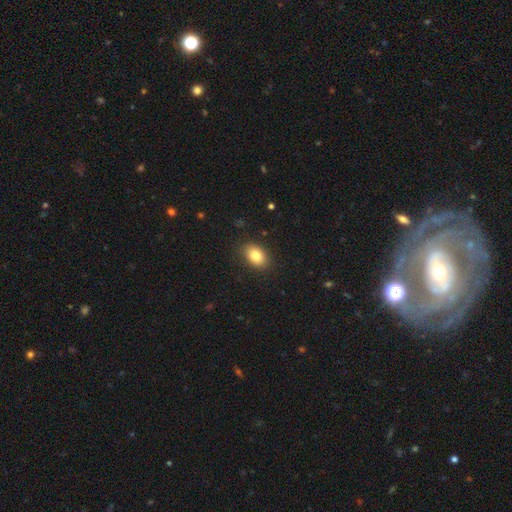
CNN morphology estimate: The model was most divided on "how rounded": in between: 84%, round: 15%, cigar-shaped: 1%. More confident: merging — none (88%); smooth or featured — smooth (83%).